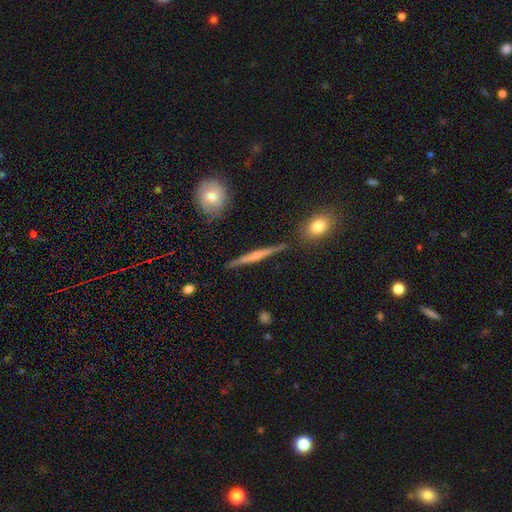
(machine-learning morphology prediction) Smooth or featured? featured or disk (58%)
Edge-on disk? yes (96%)
Edge-on bulge? none (43%)
Merging? none (87%)